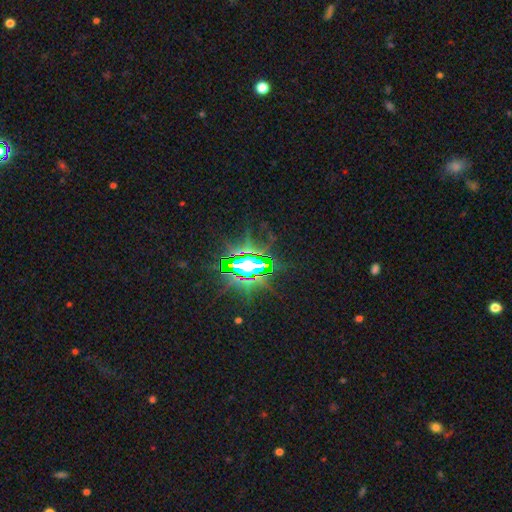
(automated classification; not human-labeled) This appears to be a star or artifact, not a galaxy (78%).